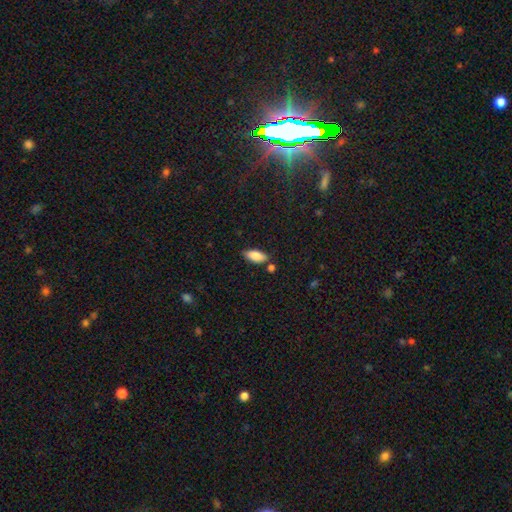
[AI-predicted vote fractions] smooth_or_featured: smooth (p=0.85) [alt: featured or disk p=0.08]
how_rounded: in between (p=0.87) [alt: cigar-shaped p=0.11]
merging: none (p=0.80) [alt: minor disturbance p=0.12]